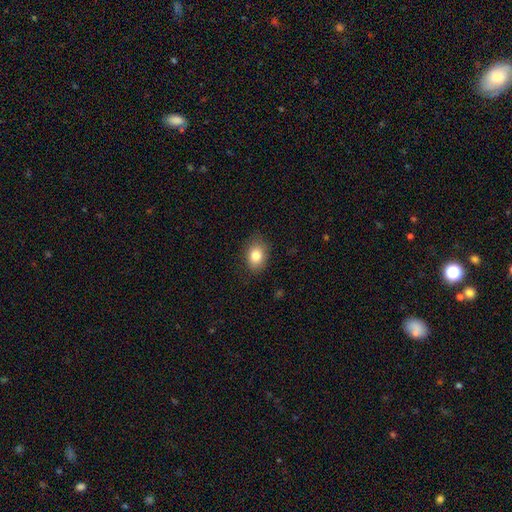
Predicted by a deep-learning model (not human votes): This is clearly a smooth galaxy (82%). How rounded: likely in between (71%). Merging: clearly none (84%).